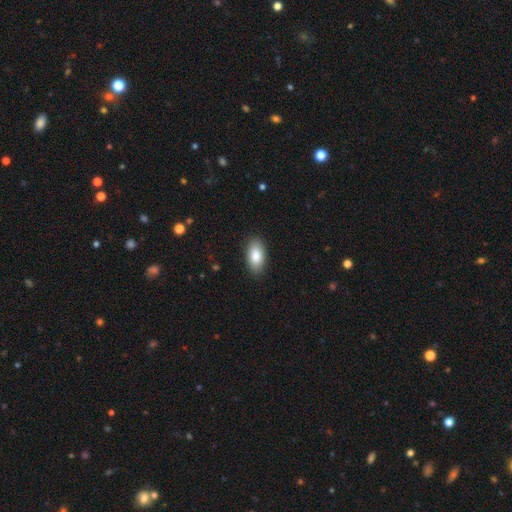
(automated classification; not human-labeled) smooth_or_featured: smooth (p=0.85) [alt: featured or disk p=0.08]
how_rounded: in between (p=0.93) [alt: round p=0.03]
merging: none (p=0.88) [alt: minor disturbance p=0.09]